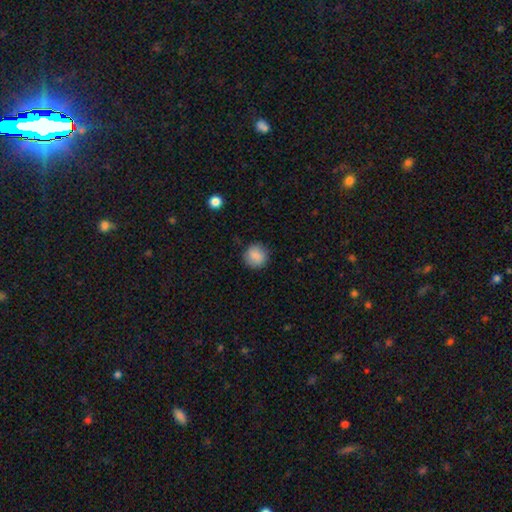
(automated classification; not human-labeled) This is clearly a smooth galaxy (86%). How rounded: clearly round (91%). Merging: clearly none (86%).